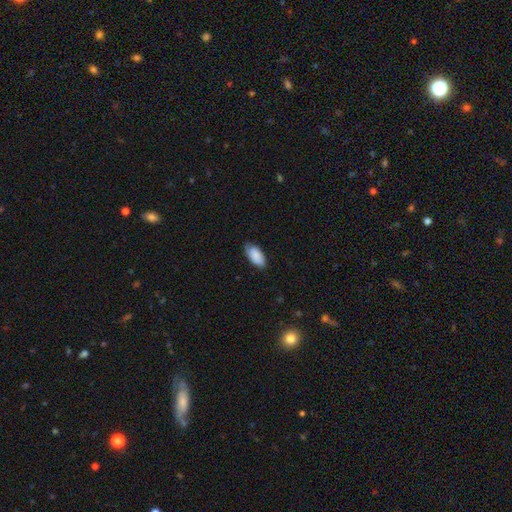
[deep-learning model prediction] Q: Smooth or featured?
A: smooth (86%); runner-up: featured or disk (8%)
Q: How rounded?
A: in between (93%); runner-up: cigar-shaped (5%)
Q: Merging?
A: none (74%); runner-up: minor disturbance (21%)